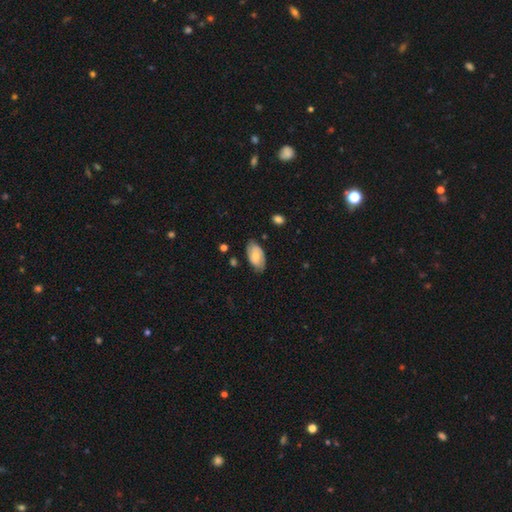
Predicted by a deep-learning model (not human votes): This appears to be a smooth galaxy with no disk features (56%) that is in between round and cigar-shaped (94%). Merging: none (75%).